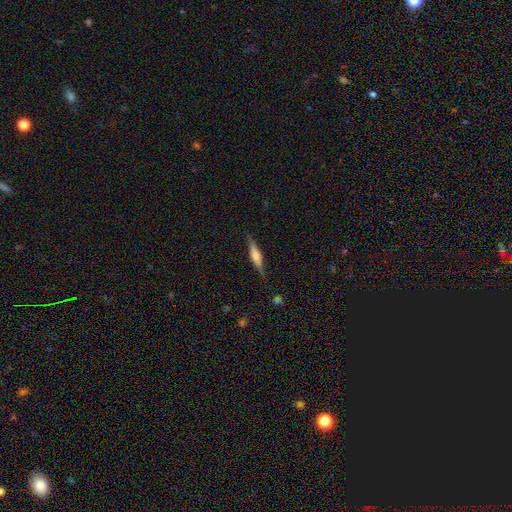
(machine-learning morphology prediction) Smooth or featured? Predicted: featured or disk (p=0.51). Edge-on disk? Predicted: yes (p=0.96). Merging? Predicted: none (p=0.84).